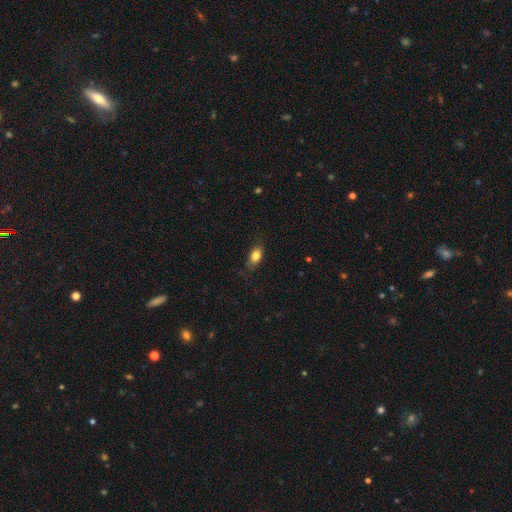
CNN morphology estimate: Overall: smooth (81%). How rounded: in between (83%). Merging: none (73%).